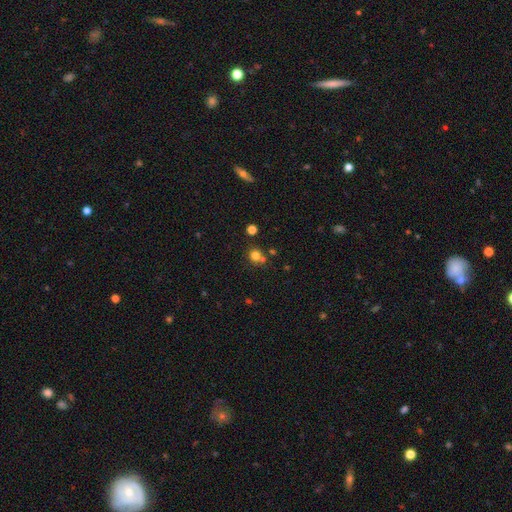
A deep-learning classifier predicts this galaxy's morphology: smooth-or-featured: smooth: 75% | star or artifact: 17% | featured or disk: 7%
  how-rounded: round: 89% | in between: 10% | cigar-shaped: 1%
  merging: none: 65% | merger: 24% | minor disturbance: 8% | major disturbance: 3%